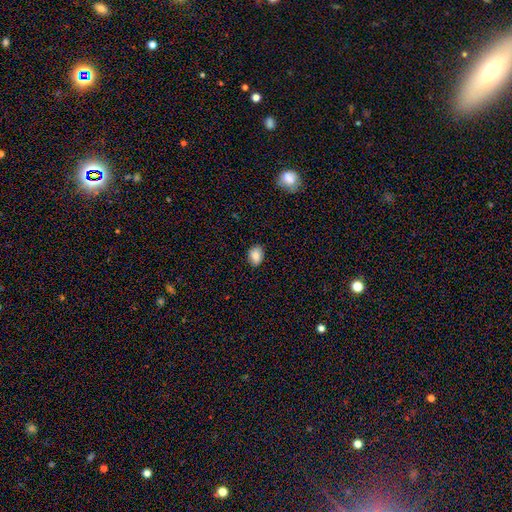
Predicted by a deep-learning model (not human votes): smooth 84%, star or artifact 9%, featured or disk 8%. Down the decision tree: how rounded — in between (65%); merging — none (88%).